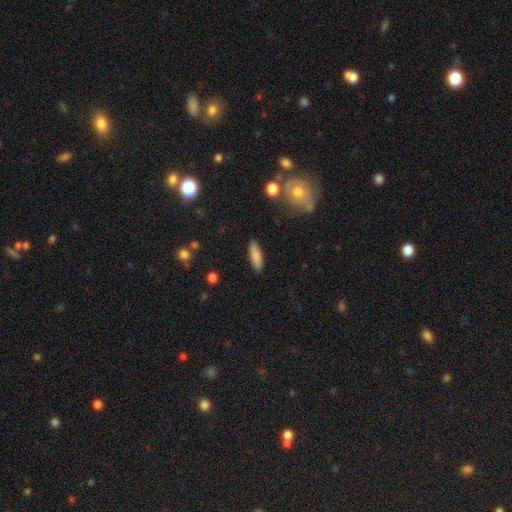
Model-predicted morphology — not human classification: type=smooth (83%); roundness=cigar-shaped (57%); merging=none (89%).